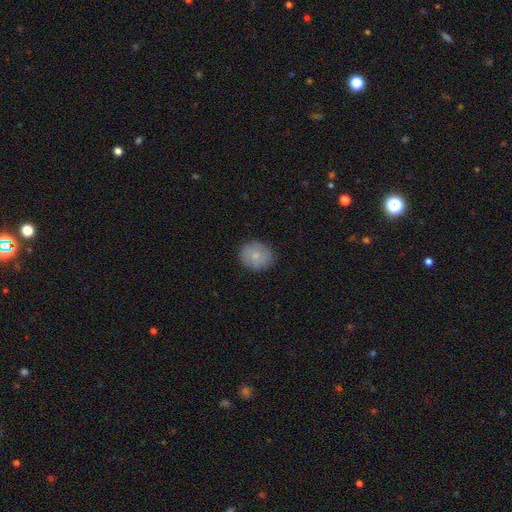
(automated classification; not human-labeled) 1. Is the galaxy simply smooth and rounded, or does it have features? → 79% smooth, 14% featured or disk, 7% star or artifact.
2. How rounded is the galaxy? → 68% round, 31% in between, 1% cigar-shaped.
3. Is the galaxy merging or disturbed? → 86% none, 11% minor disturbance, 2% major disturbance, 1% merger.